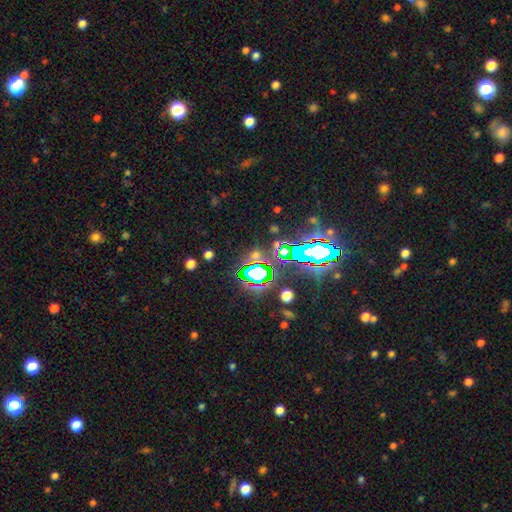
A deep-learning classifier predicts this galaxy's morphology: Overall: star or artifact (67%).